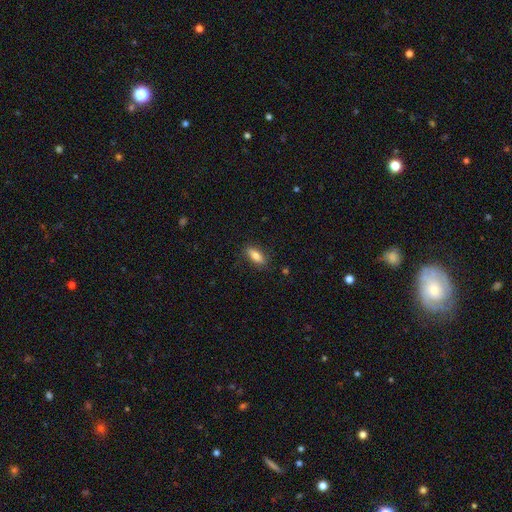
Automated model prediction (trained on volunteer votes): This is likely a smooth galaxy (79%). How rounded: likely in between (72%). Merging: clearly none (82%).